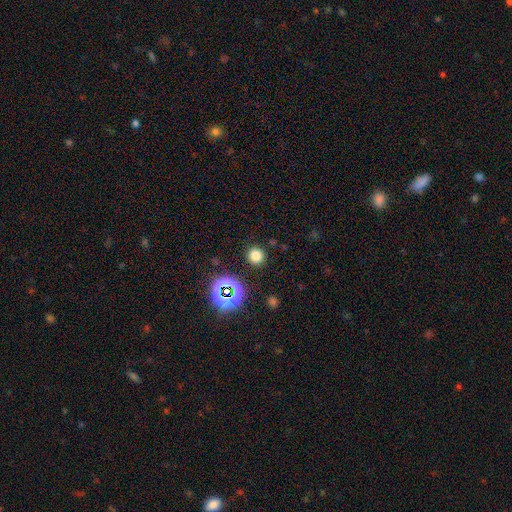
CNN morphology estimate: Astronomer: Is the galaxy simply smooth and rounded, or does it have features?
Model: smooth — 74%.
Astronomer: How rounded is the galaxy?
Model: round — 91%.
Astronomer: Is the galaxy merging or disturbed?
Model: none — 89%.